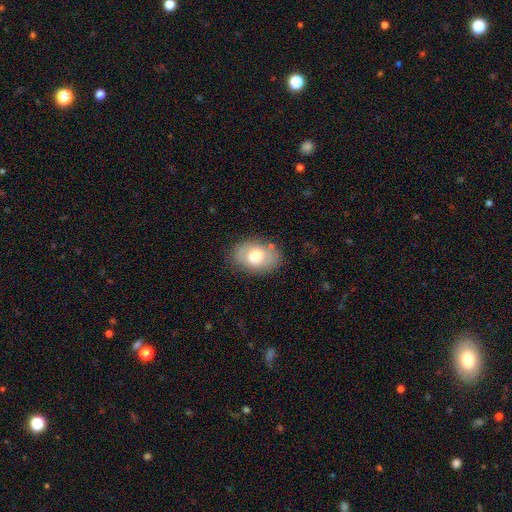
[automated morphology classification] A smooth galaxy with no disk features (69%) that is in between round and cigar-shaped (81%). Merging: none (77%).